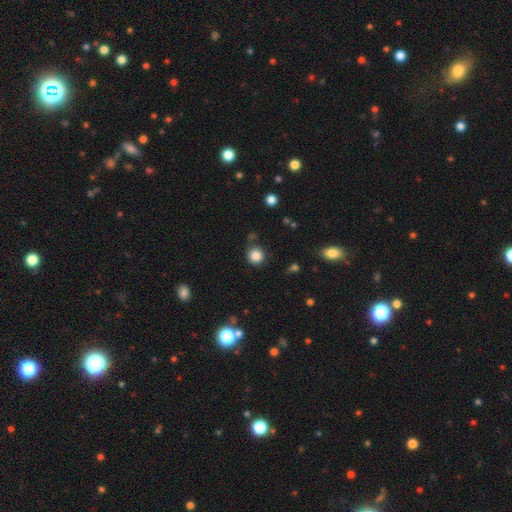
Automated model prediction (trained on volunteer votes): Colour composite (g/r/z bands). It shows a smooth galaxy with no disk features (85%) that is round (92%). Merging: none (80%).